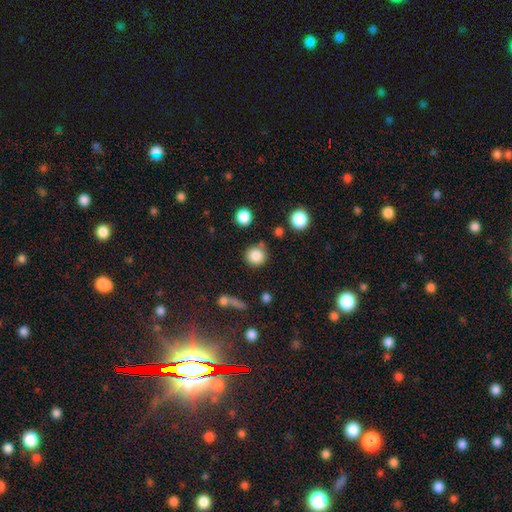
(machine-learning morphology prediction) smooth-or-featured: smooth: 84% | star or artifact: 11% | featured or disk: 5%
  how-rounded: round: 92% | in between: 7% | cigar-shaped: 1%
  merging: none: 79% | minor disturbance: 10% | merger: 7% | major disturbance: 4%